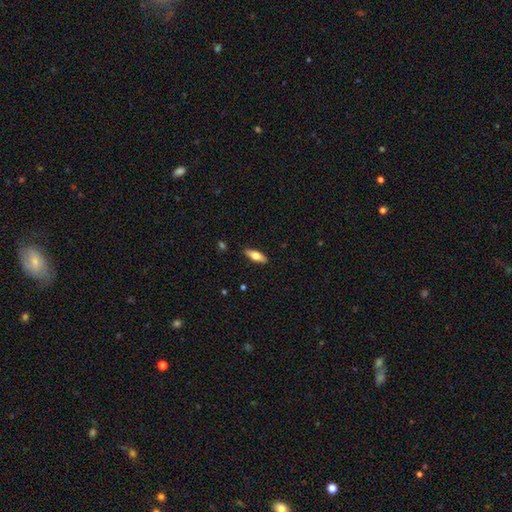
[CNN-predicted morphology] type=smooth (67%); roundness=in between (68%); merging=none (89%).